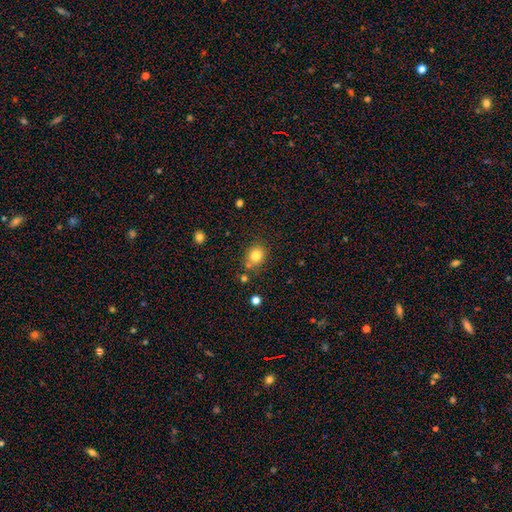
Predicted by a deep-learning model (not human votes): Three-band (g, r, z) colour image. It shows a smooth galaxy with no disk features (81%) that is round (73%). Merging: none (74%).